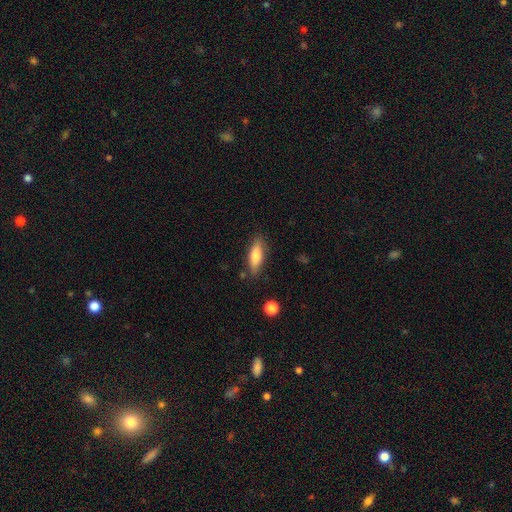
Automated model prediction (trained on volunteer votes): smooth 76%, featured or disk 18%, star or artifact 6%. Down the decision tree: how rounded — in between (51%); merging — none (82%).